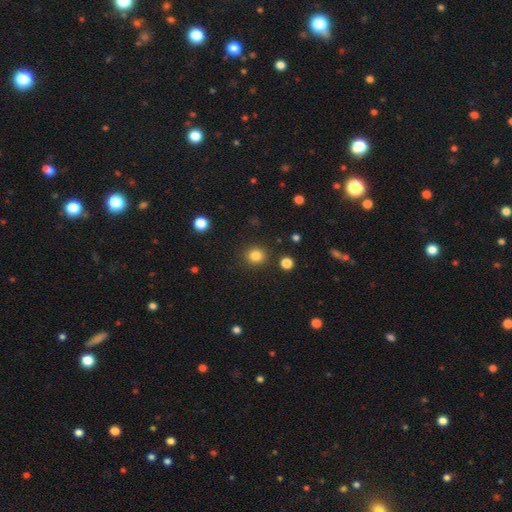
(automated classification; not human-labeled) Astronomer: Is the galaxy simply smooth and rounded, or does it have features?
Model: smooth — 83%.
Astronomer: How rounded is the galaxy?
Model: round — 84%.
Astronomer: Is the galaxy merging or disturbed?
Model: none — 89%.